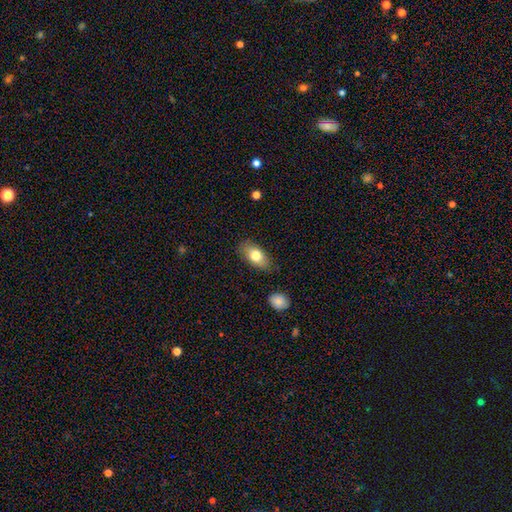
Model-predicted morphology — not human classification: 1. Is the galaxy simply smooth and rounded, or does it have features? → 77% smooth, 16% featured or disk, 7% star or artifact.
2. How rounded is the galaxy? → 88% in between, 6% round, 5% cigar-shaped.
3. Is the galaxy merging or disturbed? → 83% none, 13% minor disturbance, 3% major disturbance, 2% merger.